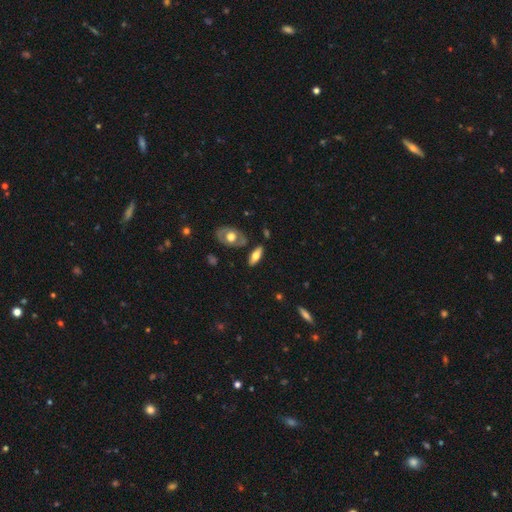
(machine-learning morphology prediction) smooth 53%, featured or disk 41%, star or artifact 6%. Down the decision tree: how rounded — in between (75%); merging — none (78%).